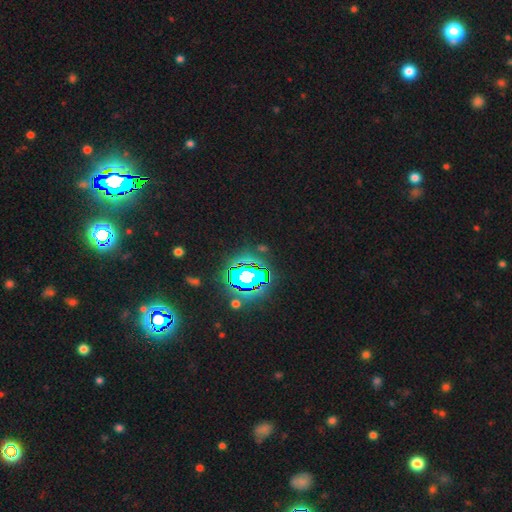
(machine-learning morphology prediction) Smooth or featured?
  - star or artifact: 83% *
  - smooth: 10%
  - featured or disk: 7%